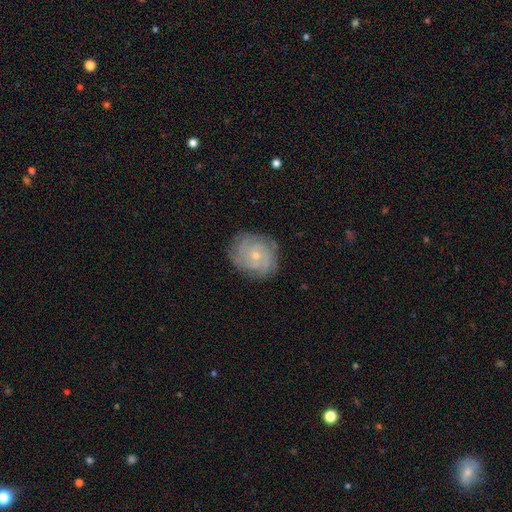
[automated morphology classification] Overall: featured or disk (75%). Edge-on disk: no (97%). Bar: no (82%). Spiral arms: yes (94%). Spiral arm count: can't tell (35%; 3 19%). Spiral winding: tight (73%). Bulge size: small (70%). Merging: none (81%).